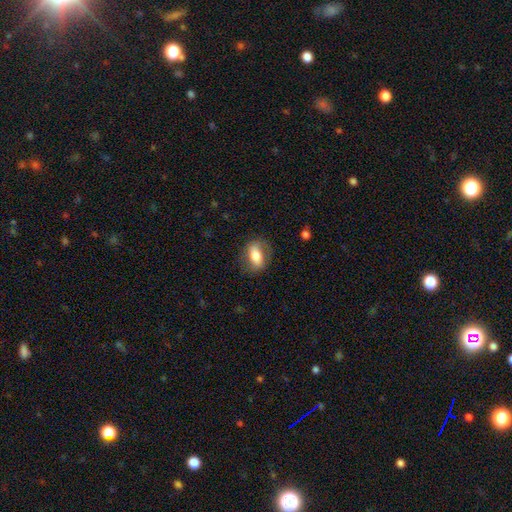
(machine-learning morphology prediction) smooth_or_featured: smooth (p=0.65) [alt: featured or disk p=0.28]
how_rounded: in between (p=0.80) [alt: round p=0.12]
merging: none (p=0.76) [alt: minor disturbance p=0.16]